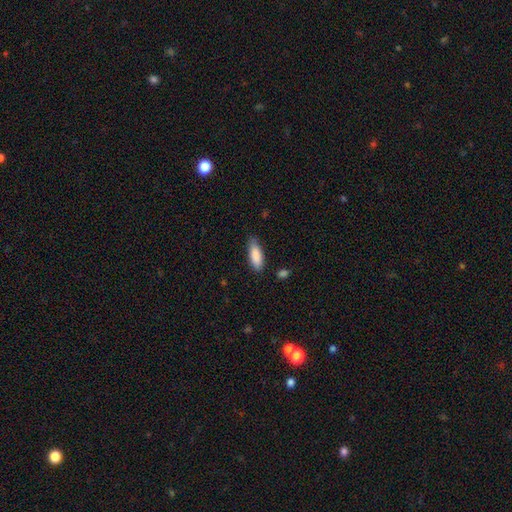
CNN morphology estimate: Overall: smooth (88%). How rounded: in between (69%; cigar-shaped 30%). Merging: none (79%).